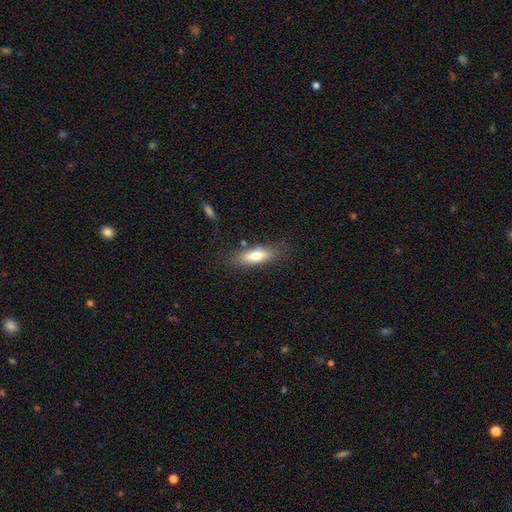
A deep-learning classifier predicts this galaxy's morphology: The model was most divided on "how rounded": in between: 56%, cigar-shaped: 41%, round: 2%. More confident: merging — none (77%); smooth or featured — smooth (75%).